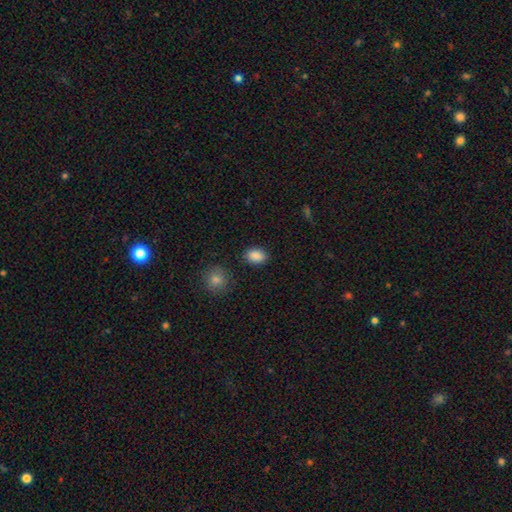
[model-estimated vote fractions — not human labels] The model was most divided on "how rounded": in between: 75%, round: 24%, cigar-shaped: 1%. More confident: smooth or featured — smooth (88%); merging — none (85%).